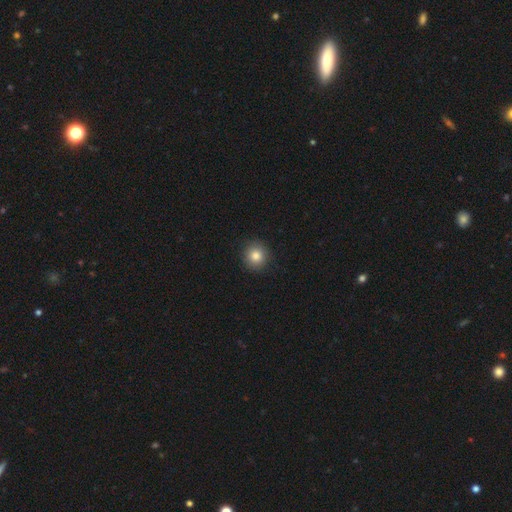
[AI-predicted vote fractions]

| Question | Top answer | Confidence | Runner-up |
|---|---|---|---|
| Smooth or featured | smooth | 84% | star or artifact (10%) |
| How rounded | round | 92% | in between (7%) |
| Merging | none | 92% | minor disturbance (6%) |